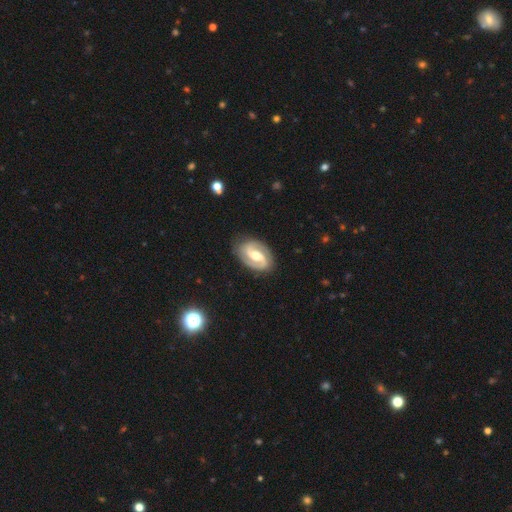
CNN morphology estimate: Smooth or featured?
  - featured or disk: 88% *
  - smooth: 8%
  - star or artifact: 4%
Edge-on disk?
  - no: 97% *
  - yes: 3%
Bar?
  - weak: 44% *
  - strong: 29%
  - no: 26%
Spiral arms?
  - yes: 96% *
  - no: 4%
Spiral winding?
  - medium: 50% *
  - tight: 35%
  - loose: 15%
Spiral arm count?
  - 2: 93% *
  - can't tell: 3%
  - 1: 2%
  - 3: 1%
  - 4: 1%
  - more than 4: 1%
Bulge size?
  - moderate: 69% *
  - small: 17%
  - large: 11%
  - none: 2%
  - dominant: 1%
Merging?
  - none: 85% *
  - minor disturbance: 11%
  - major disturbance: 3%
  - merger: 1%